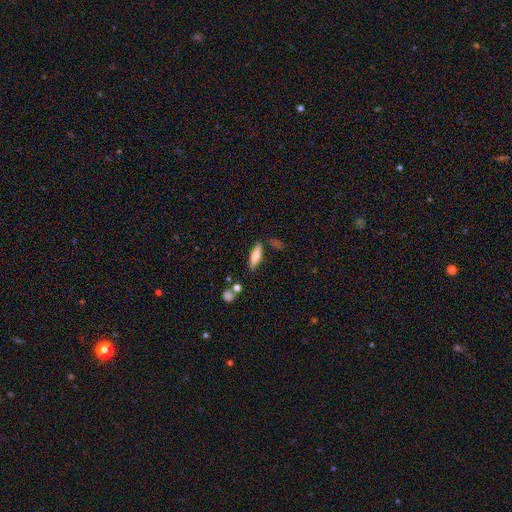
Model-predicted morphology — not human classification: type=smooth (66%); roundness=cigar-shaped (56%); merging=none (79%).